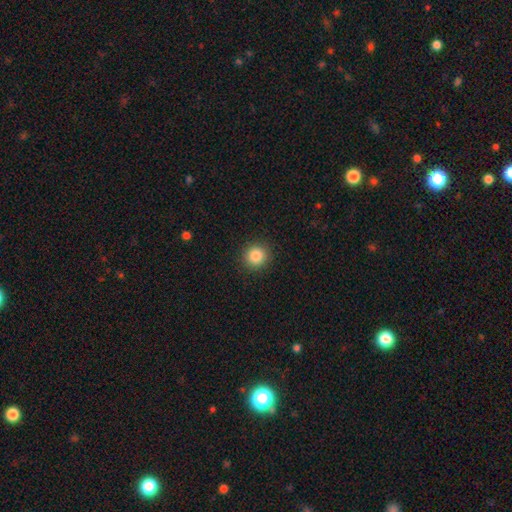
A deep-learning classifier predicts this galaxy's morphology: Q: Smooth or featured?
A: smooth (85%); runner-up: star or artifact (10%)
Q: How rounded?
A: round (92%); runner-up: in between (7%)
Q: Merging?
A: none (91%); runner-up: minor disturbance (6%)